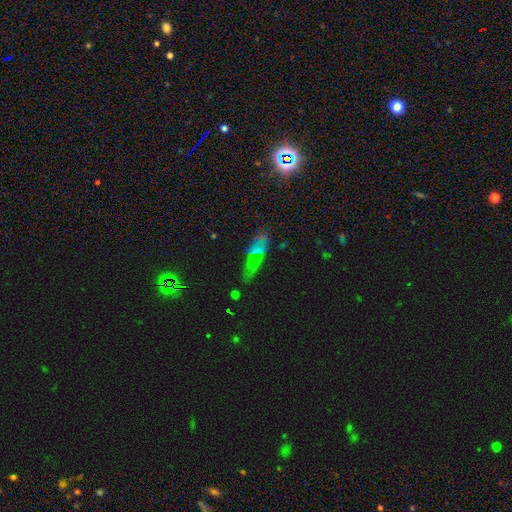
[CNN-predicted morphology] smooth-or-featured: smooth: 44% | star or artifact: 33% | featured or disk: 23%
  merging: none: 75% | minor disturbance: 15% | major disturbance: 6% | merger: 4%